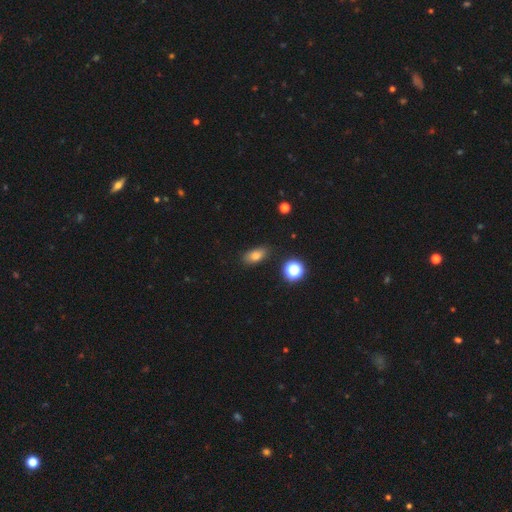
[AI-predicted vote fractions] smooth-or-featured: smooth: 76% | star or artifact: 13% | featured or disk: 11%
  how-rounded: in between: 81% | round: 11% | cigar-shaped: 8%
  merging: none: 84% | minor disturbance: 12% | major disturbance: 3% | merger: 2%